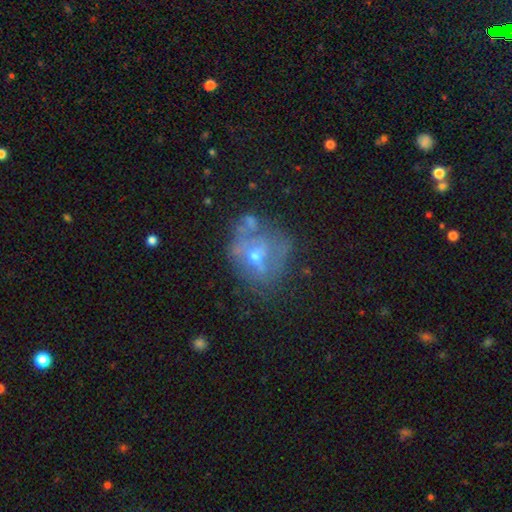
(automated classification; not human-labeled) Q: Smooth or featured?
A: featured or disk (58%); runner-up: smooth (30%)
Q: Edge-on disk?
A: no (96%); runner-up: yes (4%)
Q: Bar?
A: no (71%); runner-up: weak (23%)
Q: Spiral arms?
A: no (75%); runner-up: yes (25%)
Q: Bulge size?
A: small (47%); runner-up: moderate (46%)
Q: Merging?
A: none (44%); runner-up: minor disturbance (23%)